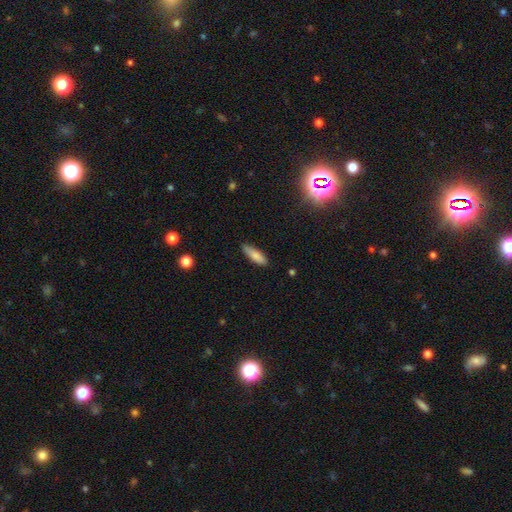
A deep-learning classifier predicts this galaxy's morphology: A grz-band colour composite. It shows a smooth galaxy with no disk features (82%) that is cigar-shaped (57%). Merging: none (83%).